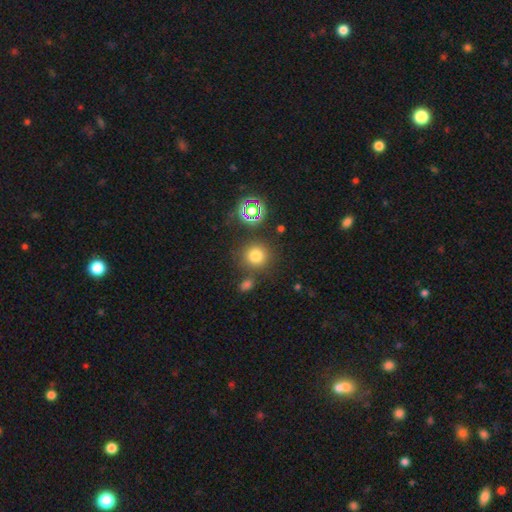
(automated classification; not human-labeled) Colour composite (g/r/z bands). It shows a smooth galaxy with no disk features (75%) that is round (92%). Merging: none (78%).